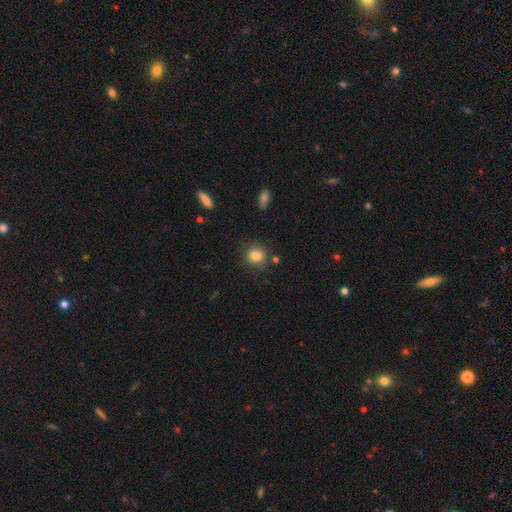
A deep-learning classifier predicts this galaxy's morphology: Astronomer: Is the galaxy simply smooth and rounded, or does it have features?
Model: smooth — 82%.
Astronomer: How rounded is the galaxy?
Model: round — 74%.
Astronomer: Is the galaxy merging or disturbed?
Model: none — 81%.